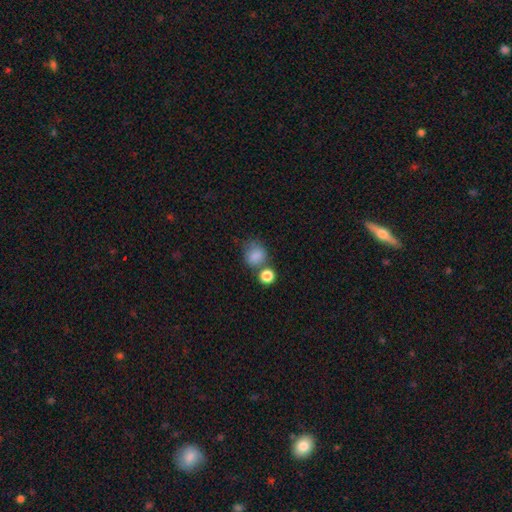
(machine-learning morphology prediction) Smooth or featured?
  - smooth: 81% *
  - star or artifact: 12%
  - featured or disk: 7%
How rounded?
  - round: 67% *
  - in between: 32%
  - cigar-shaped: 1%
Merging?
  - none: 50% *
  - merger: 22%
  - minor disturbance: 18%
  - major disturbance: 9%